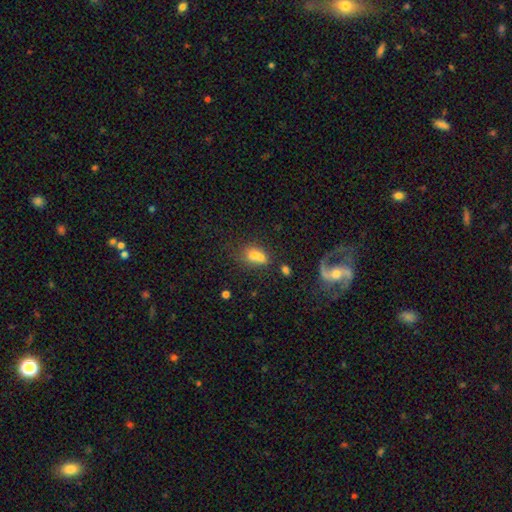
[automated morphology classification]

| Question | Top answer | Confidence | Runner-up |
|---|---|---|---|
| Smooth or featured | smooth | 68% | featured or disk (19%) |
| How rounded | in between | 57% | round (40%) |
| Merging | merger | 53% | none (27%) |